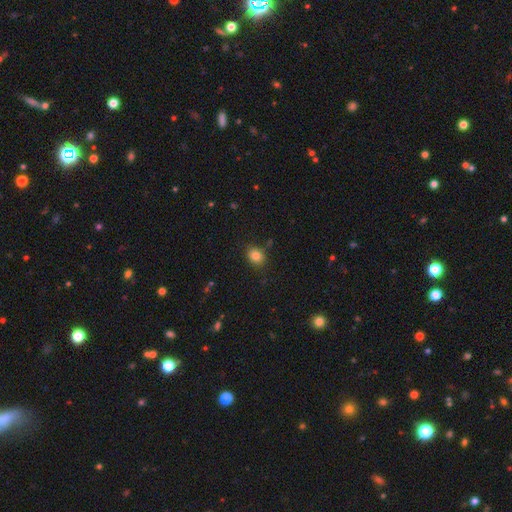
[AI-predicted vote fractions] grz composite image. It shows a smooth galaxy with no disk features (83%) that is in between round and cigar-shaped (54%). Merging: none (83%).